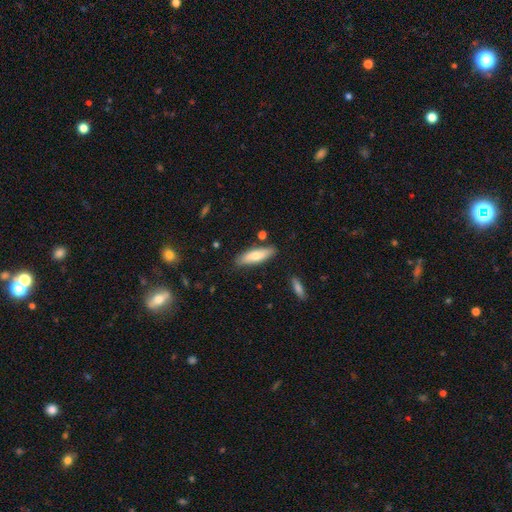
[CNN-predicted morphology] smooth-or-featured: smooth: 69% | featured or disk: 24% | star or artifact: 6%
  how-rounded: cigar-shaped: 55% | in between: 44% | round: 2%
  merging: none: 83% | minor disturbance: 12% | merger: 3% | major disturbance: 2%